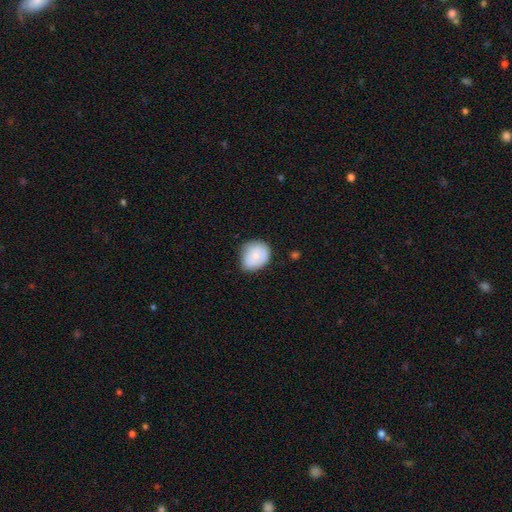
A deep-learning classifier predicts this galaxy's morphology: Smooth or featured?
  - smooth: 75% *
  - featured or disk: 18%
  - star or artifact: 7%
How rounded?
  - round: 60% *
  - in between: 39%
  - cigar-shaped: 1%
Merging?
  - none: 65% *
  - minor disturbance: 28%
  - major disturbance: 5%
  - merger: 1%